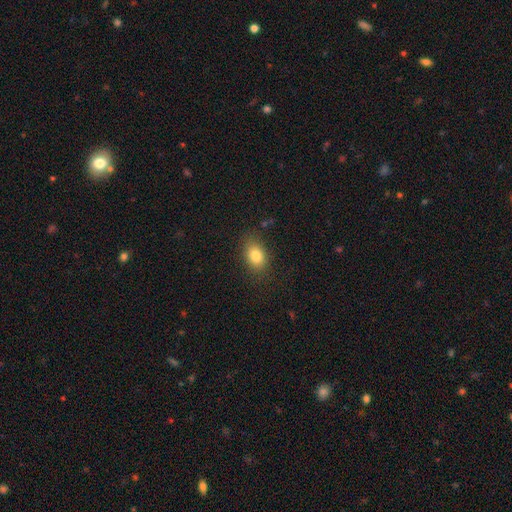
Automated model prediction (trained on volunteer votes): Smooth or featured: smooth — 82% (star or artifact — 10%)
How rounded: in between — 77% (round — 21%)
Merging: none — 82% (minor disturbance — 13%)